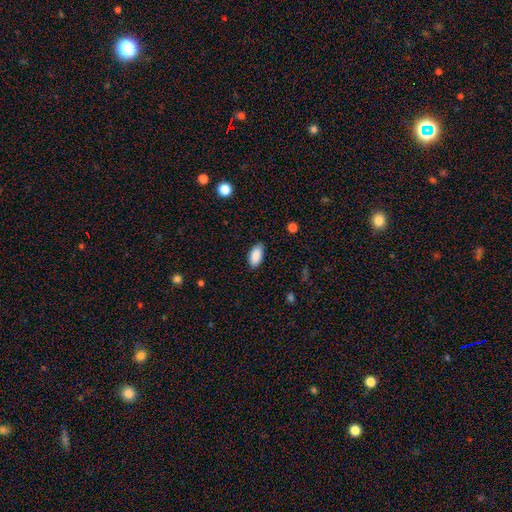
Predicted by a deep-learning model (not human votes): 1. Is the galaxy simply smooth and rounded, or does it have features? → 89% smooth, 7% star or artifact, 5% featured or disk.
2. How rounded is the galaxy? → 93% in between, 5% cigar-shaped, 2% round.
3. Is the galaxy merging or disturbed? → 85% none, 12% minor disturbance, 2% major disturbance, 1% merger.